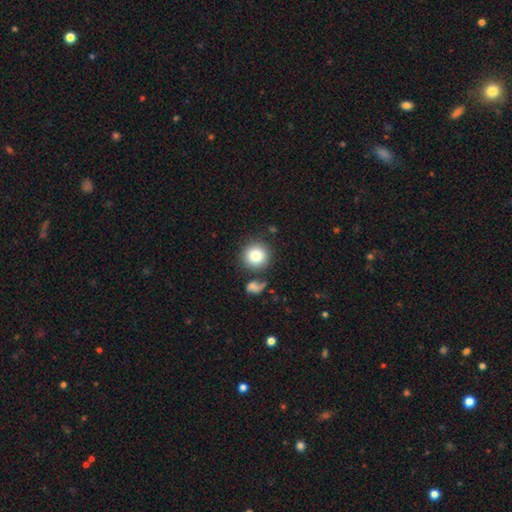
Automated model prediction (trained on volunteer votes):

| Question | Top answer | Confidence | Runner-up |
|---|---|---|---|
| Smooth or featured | smooth | 81% | featured or disk (9%) |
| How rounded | round | 93% | in between (6%) |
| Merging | none | 75% | merger (11%) |